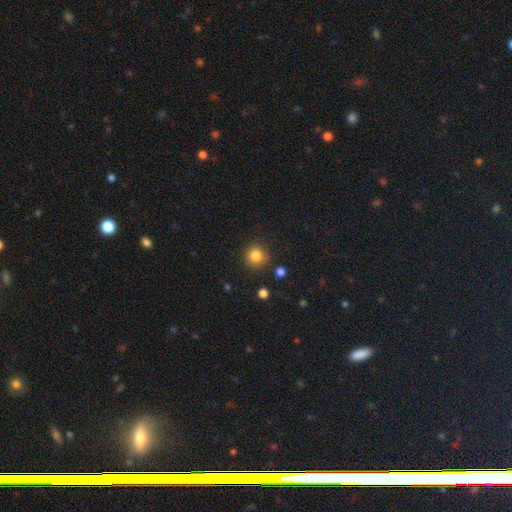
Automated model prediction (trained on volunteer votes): Morphology: type=smooth (84%); roundness=round (93%); merging=none (88%).